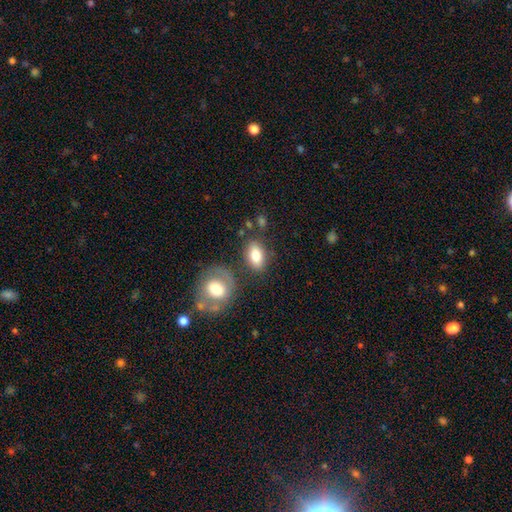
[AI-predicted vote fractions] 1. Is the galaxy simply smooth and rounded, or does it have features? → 80% smooth, 13% featured or disk, 7% star or artifact.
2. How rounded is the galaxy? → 87% in between, 10% round, 3% cigar-shaped.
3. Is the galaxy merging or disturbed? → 72% none, 14% minor disturbance, 10% merger, 5% major disturbance.